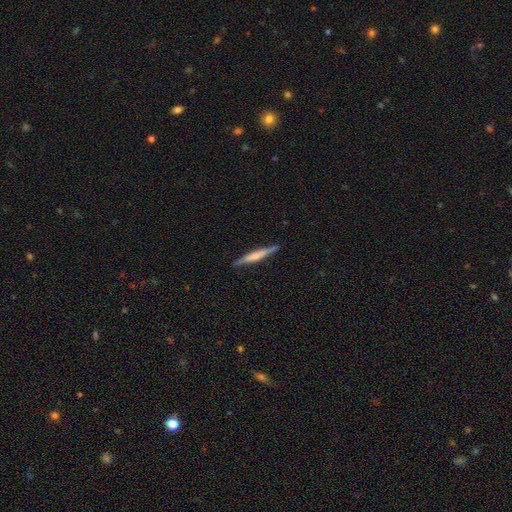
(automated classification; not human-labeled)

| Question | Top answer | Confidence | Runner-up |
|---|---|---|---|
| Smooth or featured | featured or disk | 49% | smooth (46%) |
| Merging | none | 85% | minor disturbance (12%) |